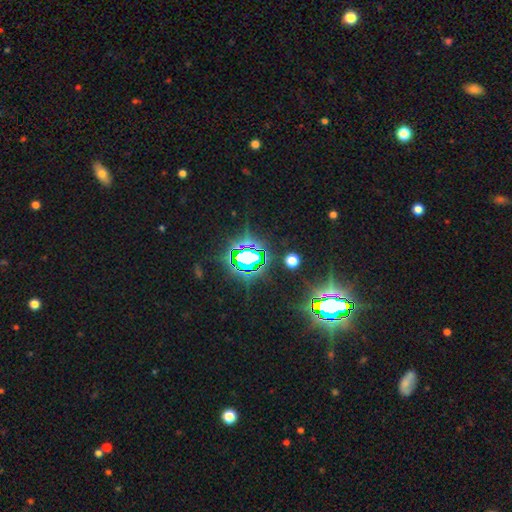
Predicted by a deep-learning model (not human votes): This is likely a star or artifact rather than a galaxy (77%).